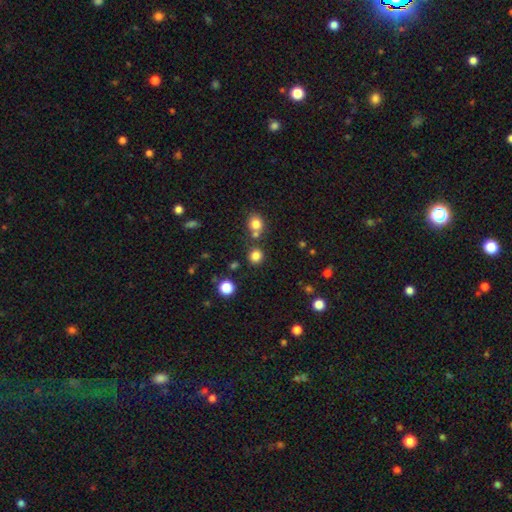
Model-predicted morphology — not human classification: Q: Smooth or featured?
A: smooth (80%); runner-up: star or artifact (15%)
Q: How rounded?
A: round (89%); runner-up: in between (10%)
Q: Merging?
A: none (77%); runner-up: merger (13%)